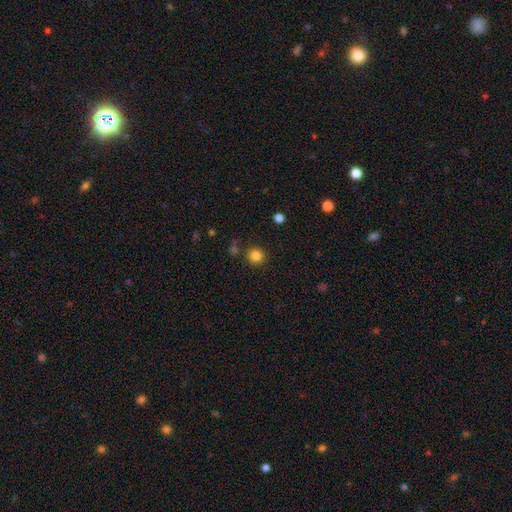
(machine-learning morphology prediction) smooth_or_featured: smooth (p=0.84) [alt: star or artifact p=0.12]
how_rounded: round (p=0.93) [alt: in between p=0.06]
merging: none (p=0.85) [alt: minor disturbance p=0.07]